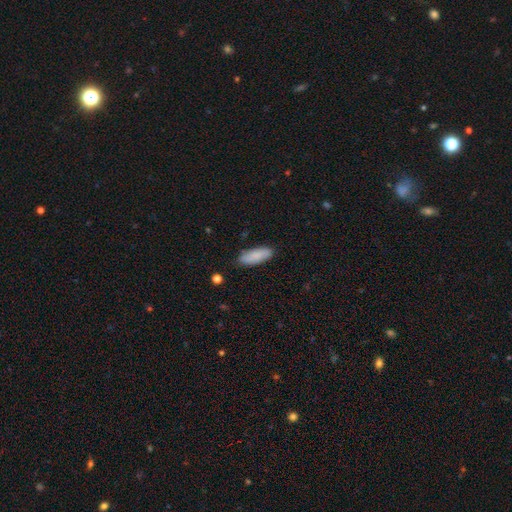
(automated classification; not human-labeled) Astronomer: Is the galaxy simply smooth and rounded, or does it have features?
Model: smooth — 82%.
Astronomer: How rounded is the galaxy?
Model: in between — 67%.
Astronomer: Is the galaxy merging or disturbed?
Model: none — 83%.